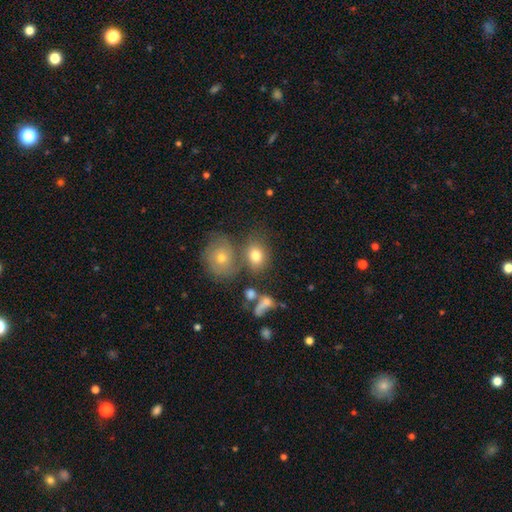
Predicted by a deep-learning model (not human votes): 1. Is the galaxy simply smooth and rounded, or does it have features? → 71% smooth, 18% featured or disk, 12% star or artifact.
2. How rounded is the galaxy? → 56% in between, 43% round, 1% cigar-shaped.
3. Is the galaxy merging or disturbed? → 50% none, 28% merger, 14% minor disturbance, 8% major disturbance.